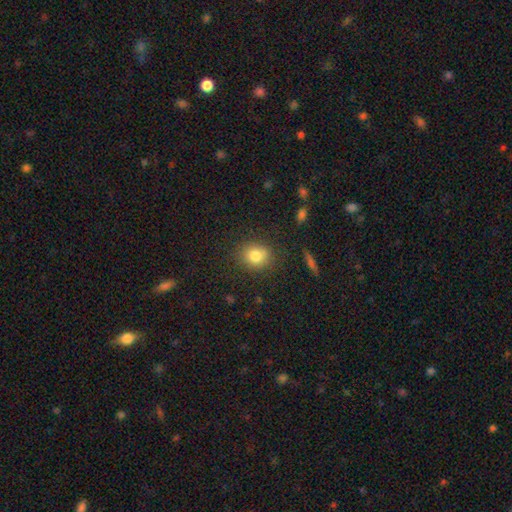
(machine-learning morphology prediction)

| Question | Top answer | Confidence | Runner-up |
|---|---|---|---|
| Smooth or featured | smooth | 81% | star or artifact (11%) |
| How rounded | round | 71% | in between (28%) |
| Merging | none | 84% | minor disturbance (11%) |